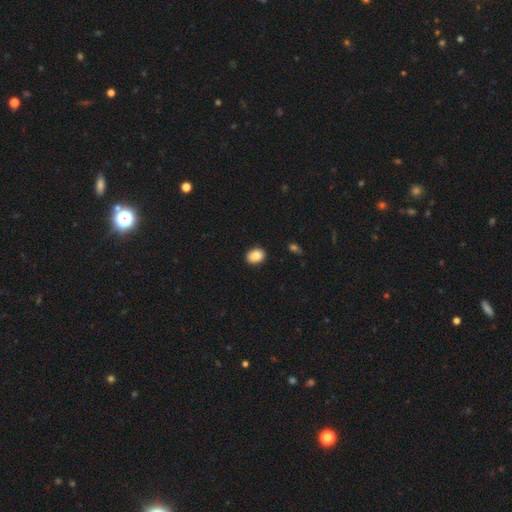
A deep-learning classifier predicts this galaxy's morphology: smooth-or-featured: smooth: 86% | star or artifact: 8% | featured or disk: 6%
  how-rounded: in between: 60% | round: 39% | cigar-shaped: 1%
  merging: none: 91% | minor disturbance: 7% | major disturbance: 2% | merger: 1%